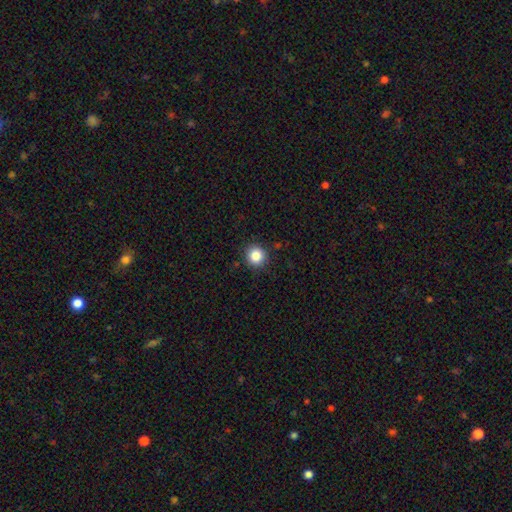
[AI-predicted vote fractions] Smooth or featured? Predicted: smooth (p=0.85). How rounded? Predicted: round (p=0.94). Merging? Predicted: none (p=0.90).